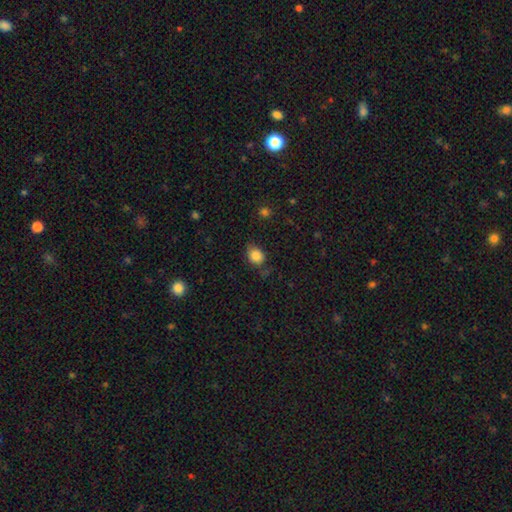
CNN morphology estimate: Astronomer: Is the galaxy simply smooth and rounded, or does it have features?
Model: smooth — 85%.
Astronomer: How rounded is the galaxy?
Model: round — 51% (runner-up: in between, 48%).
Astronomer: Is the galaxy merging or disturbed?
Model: none — 67%.